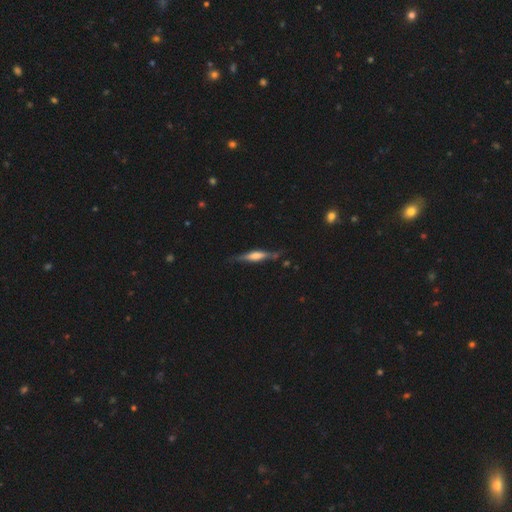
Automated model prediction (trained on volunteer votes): smooth-or-featured: featured or disk: 62% | smooth: 31% | star or artifact: 7%
  disk-edge-on: yes: 94% | no: 6%
    edge-on-bulge: rounded: 60% | boxy: 31% | none: 9%
  merging: none: 78% | minor disturbance: 16% | major disturbance: 4% | merger: 3%